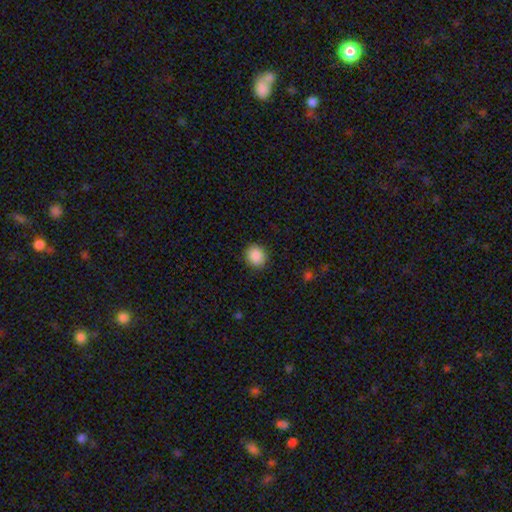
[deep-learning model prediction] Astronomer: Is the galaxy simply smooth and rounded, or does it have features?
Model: smooth — 89%.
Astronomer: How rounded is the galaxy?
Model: round — 80%.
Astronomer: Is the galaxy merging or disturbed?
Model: none — 89%.